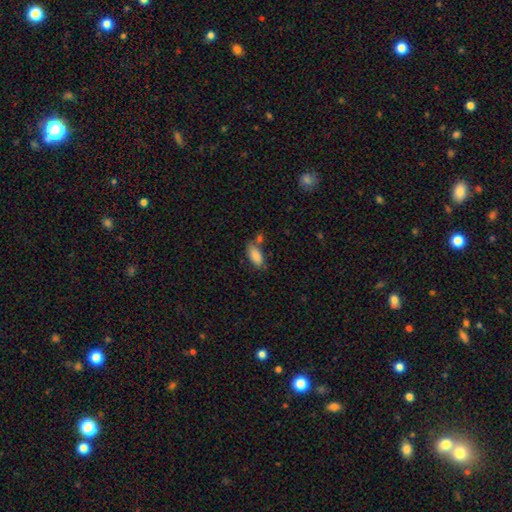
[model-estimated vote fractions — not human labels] The model was most divided on "merging": none: 57%, merger: 19%, minor disturbance: 18%, major disturbance: 5%. More confident: how rounded — in between (88%); smooth or featured — smooth (85%).